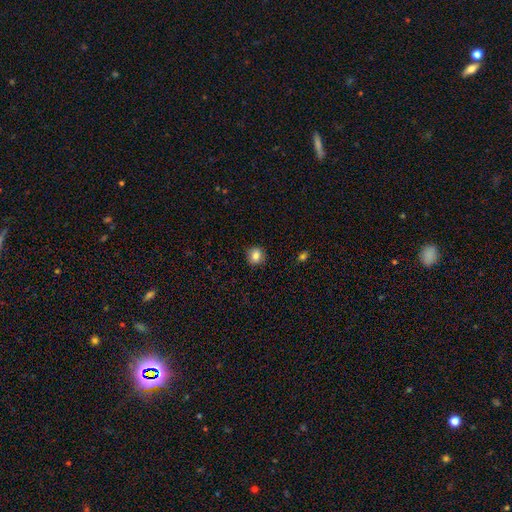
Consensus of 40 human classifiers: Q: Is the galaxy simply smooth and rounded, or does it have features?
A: smooth — 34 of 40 (85%).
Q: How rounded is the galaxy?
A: round — 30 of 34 (88%).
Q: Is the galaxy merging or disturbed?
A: none — 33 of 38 (87%).